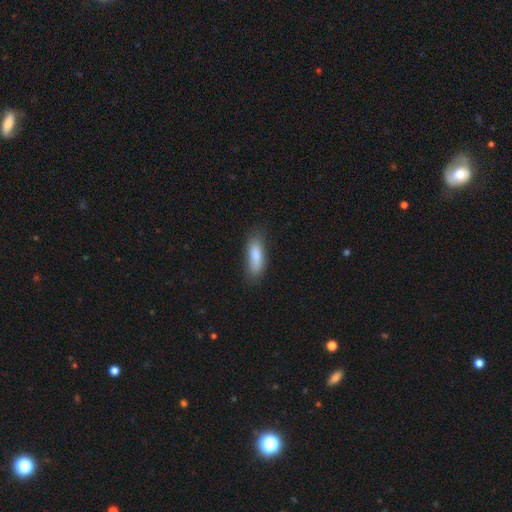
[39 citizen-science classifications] Overall: smooth (85%). How rounded: cigar-shaped (64%; in between 36%). Merging: none (73%).